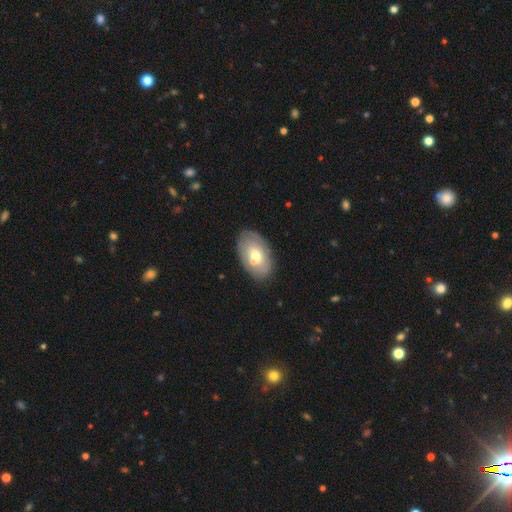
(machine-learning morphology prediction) smooth-or-featured: smooth: 53% | featured or disk: 40% | star or artifact: 7%
  how-rounded: in between: 90% | round: 9% | cigar-shaped: 1%
  merging: none: 66% | minor disturbance: 16% | merger: 14% | major disturbance: 5%